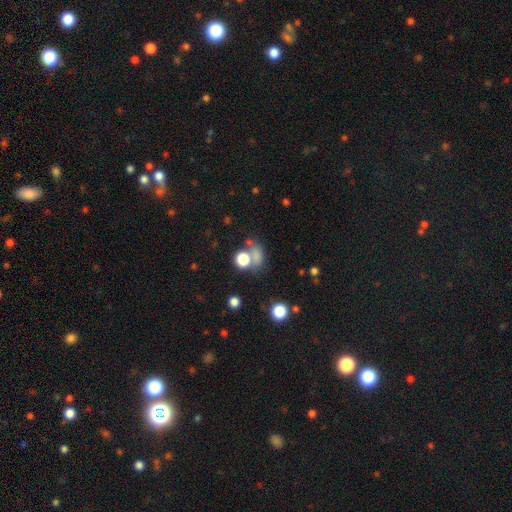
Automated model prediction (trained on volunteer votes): Smooth or featured? smooth (69%)
How rounded? round (56%)
Merging? none (50%)